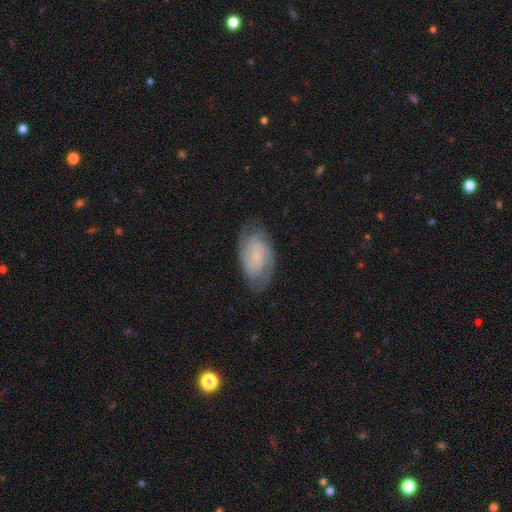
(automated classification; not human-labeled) Smooth or featured? featured or disk (70%)
Edge-on disk? no (96%)
Bar? no (60%)
Spiral arms? yes (93%)
Spiral winding? tight (51%)
Spiral arm count? 2 (58%)
Bulge size? small (66%)
Merging? none (76%)